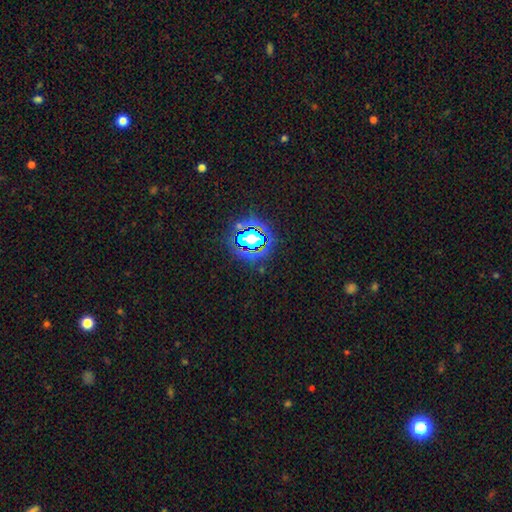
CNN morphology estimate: Q: Smooth or featured?
A: star or artifact (81%); runner-up: smooth (12%)